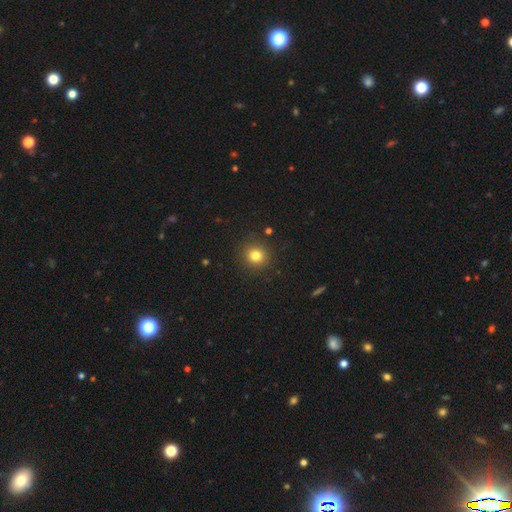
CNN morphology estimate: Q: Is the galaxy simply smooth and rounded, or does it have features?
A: smooth — 80%.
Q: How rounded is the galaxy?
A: round — 90%.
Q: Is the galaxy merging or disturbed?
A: none — 89%.